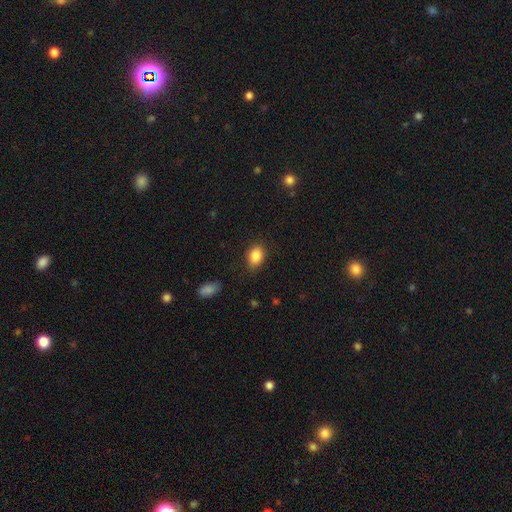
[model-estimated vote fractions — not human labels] Smooth or featured: smooth — 87% (star or artifact — 8%)
How rounded: in between — 79% (round — 20%)
Merging: none — 84% (minor disturbance — 12%)